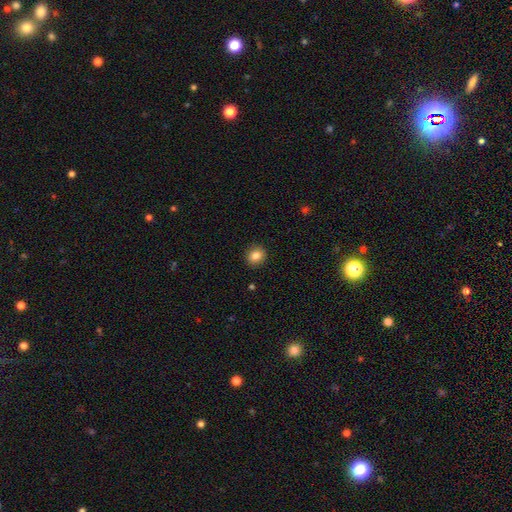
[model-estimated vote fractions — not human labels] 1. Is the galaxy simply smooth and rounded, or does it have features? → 85% smooth, 10% star or artifact, 6% featured or disk.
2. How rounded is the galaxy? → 72% round, 27% in between, 1% cigar-shaped.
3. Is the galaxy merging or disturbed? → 91% none, 6% minor disturbance, 2% major disturbance, 1% merger.